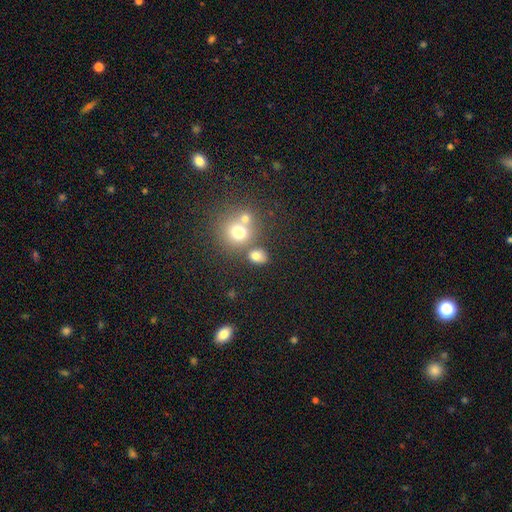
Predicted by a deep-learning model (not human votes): This appears to be a smooth galaxy with no disk features (75%) that is round (58%). Merging: none (62%).